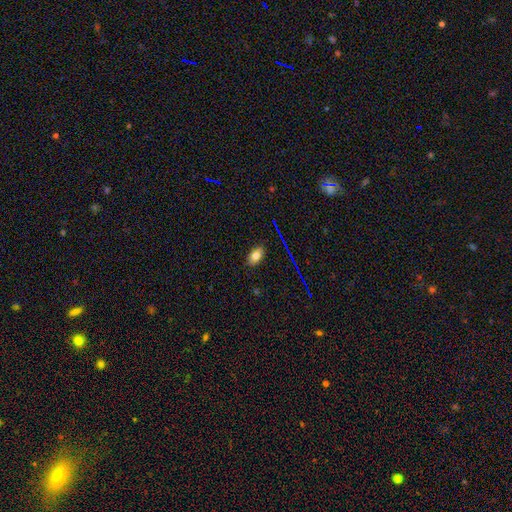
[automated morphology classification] Smooth or featured? smooth (77%)
How rounded? in between (90%)
Merging? none (86%)